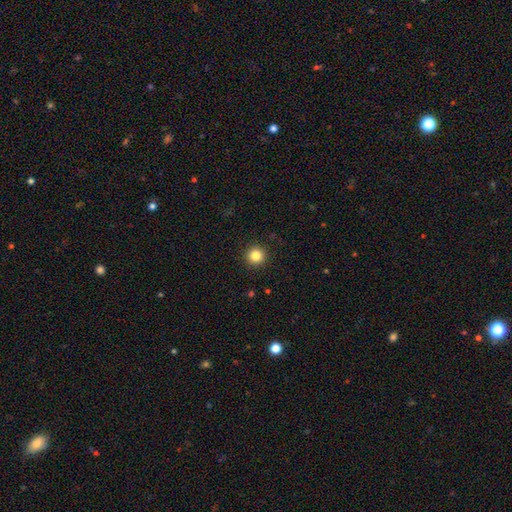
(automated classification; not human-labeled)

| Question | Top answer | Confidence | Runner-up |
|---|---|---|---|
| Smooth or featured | smooth | 84% | star or artifact (12%) |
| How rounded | round | 96% | in between (3%) |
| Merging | none | 93% | minor disturbance (4%) |